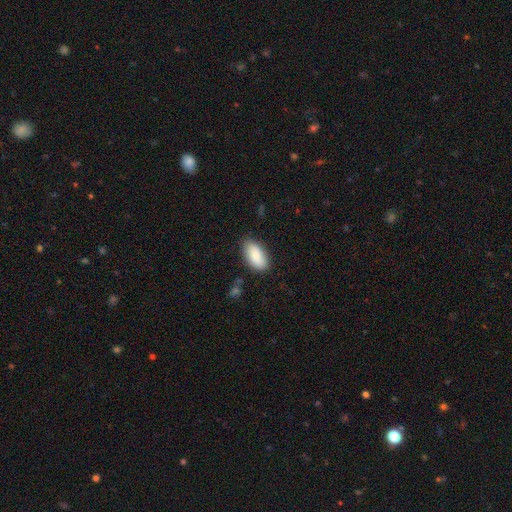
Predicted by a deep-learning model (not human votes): This appears to be a smooth galaxy with no disk features (84%) that is in between round and cigar-shaped (93%). Merging: none (79%).